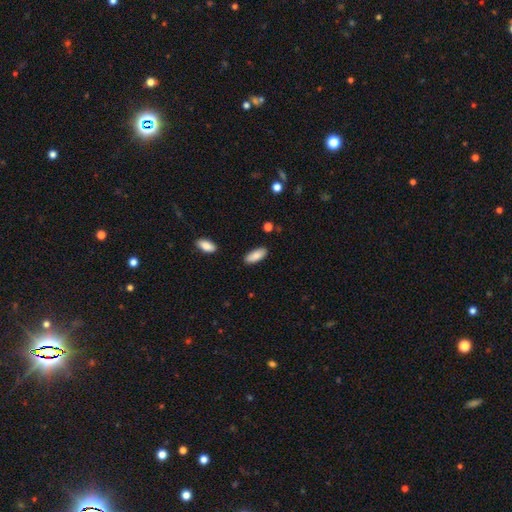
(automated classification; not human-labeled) Smooth or featured: smooth — 85% (featured or disk — 9%)
How rounded: in between — 84% (cigar-shaped — 14%)
Merging: none — 86% (minor disturbance — 10%)